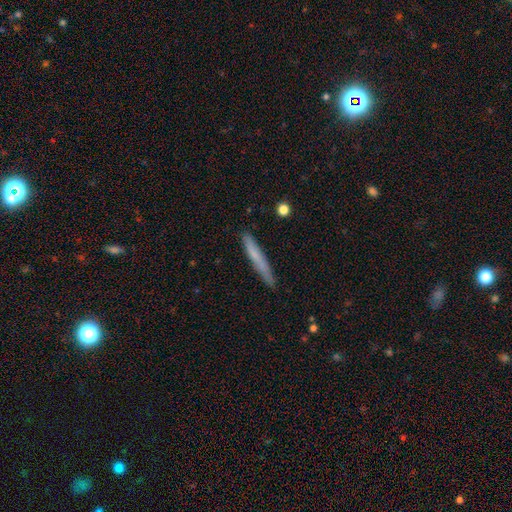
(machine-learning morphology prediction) Smooth or featured?
  - smooth: 65% *
  - featured or disk: 29%
  - star or artifact: 6%
How rounded?
  - cigar-shaped: 96% *
  - in between: 3%
  - round: 1%
Merging?
  - none: 86% *
  - minor disturbance: 11%
  - major disturbance: 2%
  - merger: 1%